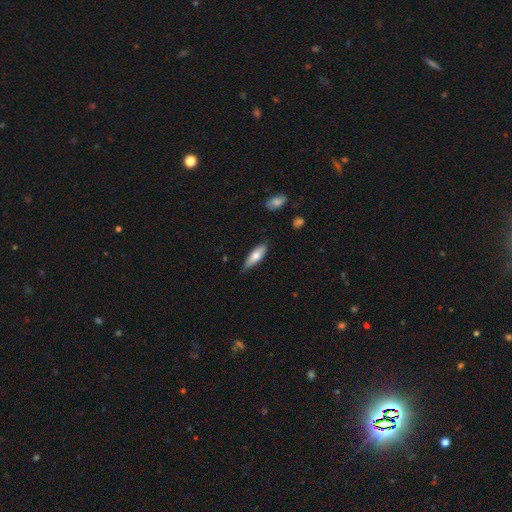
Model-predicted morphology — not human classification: smooth_or_featured: smooth (p=0.69) [alt: featured or disk p=0.25]
how_rounded: in between (p=0.55) [alt: cigar-shaped p=0.43]
merging: none (p=0.71) [alt: minor disturbance p=0.24]